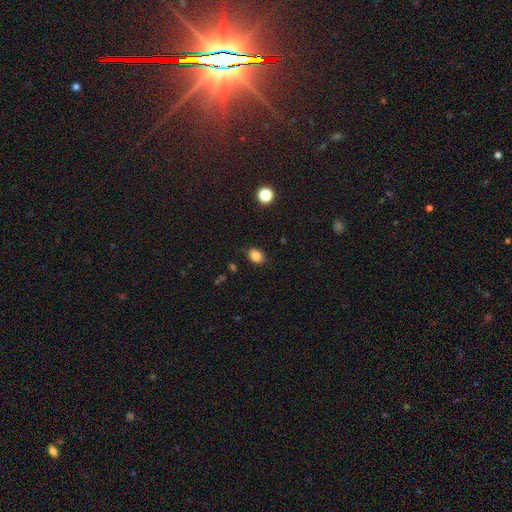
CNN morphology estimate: A smooth galaxy with no disk features (85%) that is in between round and cigar-shaped (66%). Merging: none (83%).